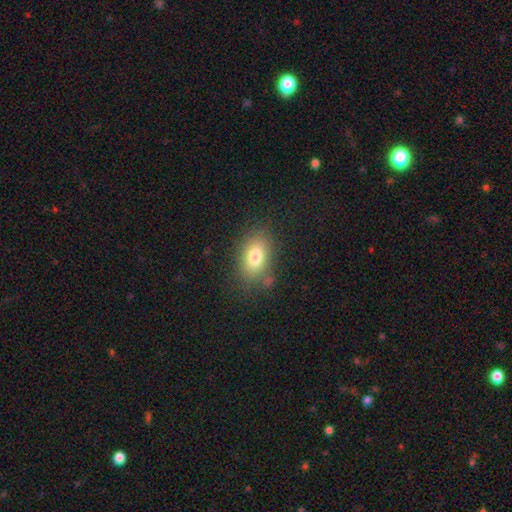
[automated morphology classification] Smooth or featured? smooth (78%)
How rounded? in between (86%)
Merging? none (78%)